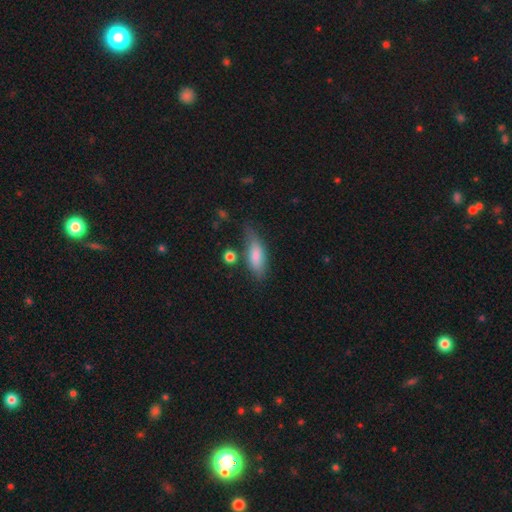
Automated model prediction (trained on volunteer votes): A smooth galaxy with no disk features (76%) that is in between round and cigar-shaped (58%). Merging: none (62%).